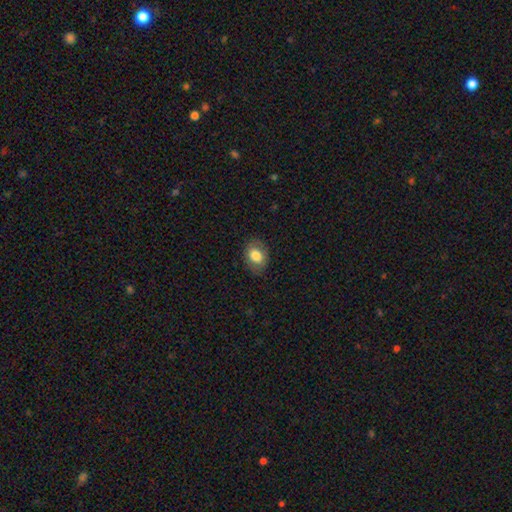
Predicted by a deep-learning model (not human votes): This is likely a smooth galaxy (79%). How rounded: likely in between (71%). Merging: clearly none (82%).